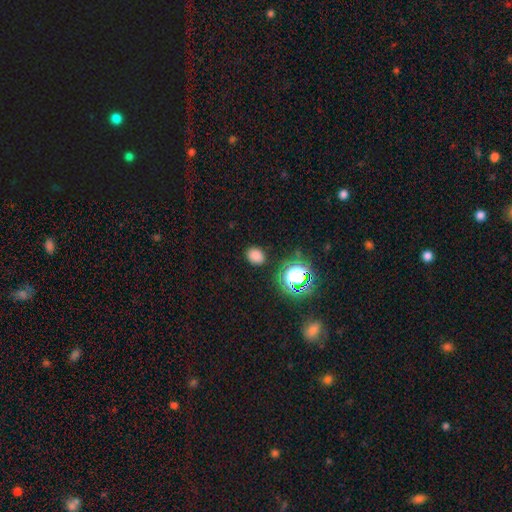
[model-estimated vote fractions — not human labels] smooth_or_featured: smooth (p=0.75) [alt: star or artifact p=0.20]
how_rounded: in between (p=0.52) [alt: round p=0.47]
merging: none (p=0.83) [alt: minor disturbance p=0.11]